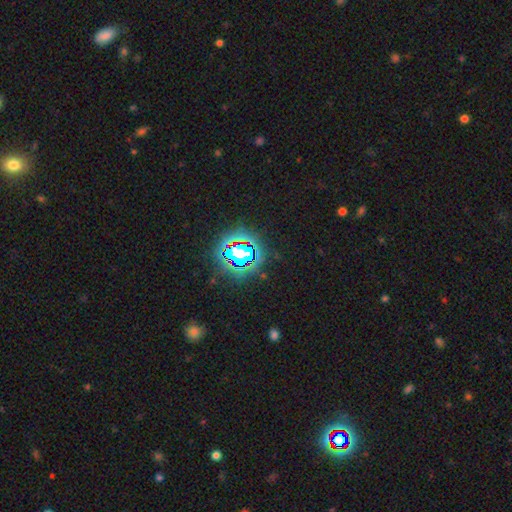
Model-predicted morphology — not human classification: type=star or artifact (80%).